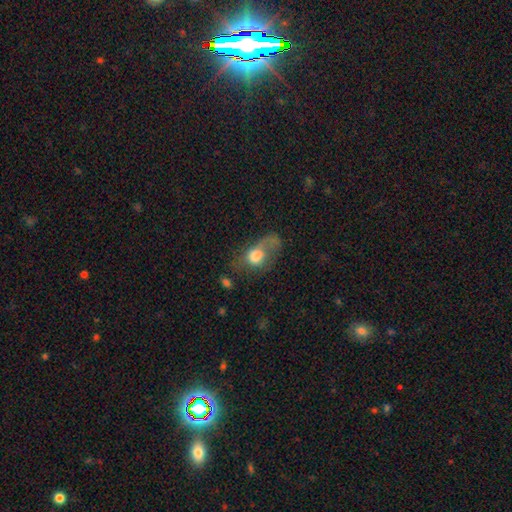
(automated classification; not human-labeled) smooth_or_featured: smooth (p=0.60) [alt: featured or disk p=0.30]
how_rounded: in between (p=0.69) [alt: round p=0.27]
merging: major disturbance (p=0.45) [alt: none p=0.26]